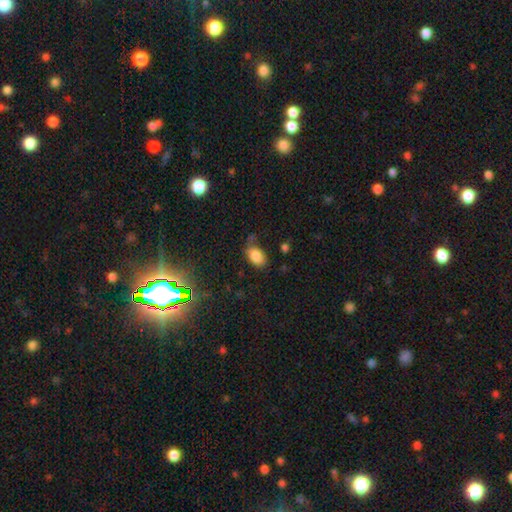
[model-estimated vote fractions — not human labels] Smooth or featured? smooth (85%)
How rounded? in between (89%)
Merging? none (66%)